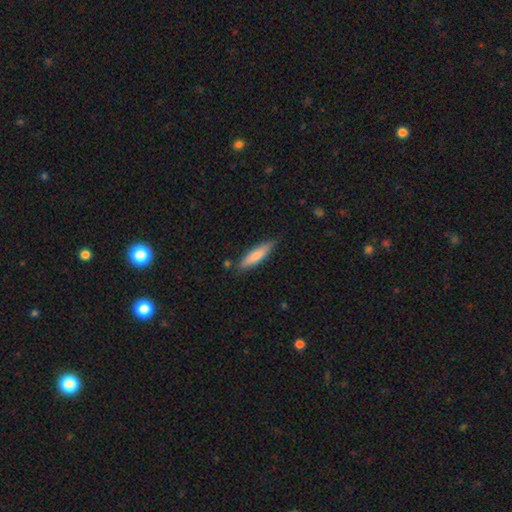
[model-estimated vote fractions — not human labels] This appears to be a smooth galaxy with no disk features (79%) that is cigar-shaped (76%). Merging: none (82%).